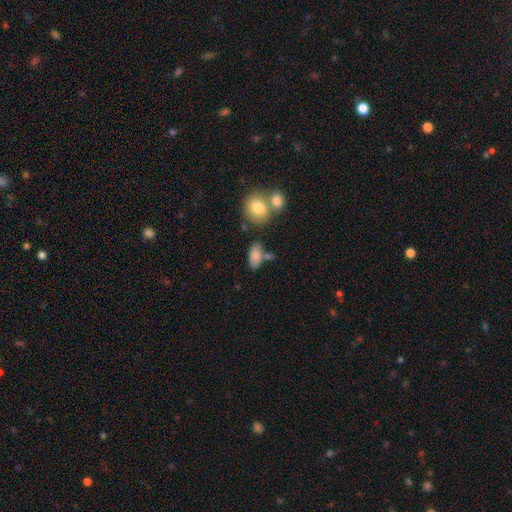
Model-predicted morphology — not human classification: This appears to be a smooth galaxy with no disk features (82%) that is in between round and cigar-shaped (89%). Merging: none (62%).